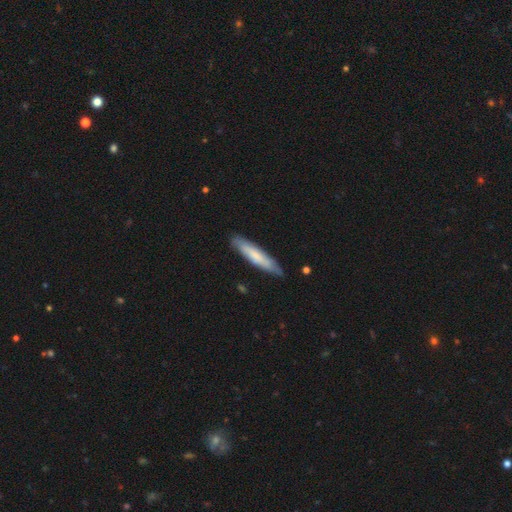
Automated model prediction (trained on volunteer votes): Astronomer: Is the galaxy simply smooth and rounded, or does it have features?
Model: smooth — 65%.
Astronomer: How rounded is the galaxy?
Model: cigar-shaped — 86%.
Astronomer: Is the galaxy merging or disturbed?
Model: none — 82%.